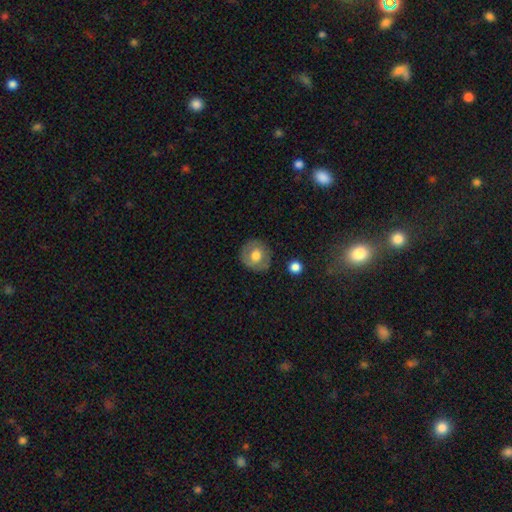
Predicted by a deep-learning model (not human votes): A smooth galaxy with no disk features (59%) that is round (86%).

Vote fractions:
- Smooth or featured? smooth: 59% / featured or disk: 33% / star or artifact: 7%
- How rounded? round: 86% / in between: 13% / cigar-shaped: 1%
- Merging? none: 82% / minor disturbance: 12% / major disturbance: 4% / merger: 2%